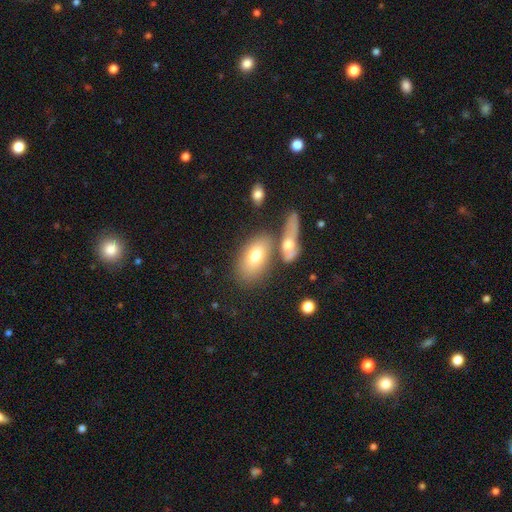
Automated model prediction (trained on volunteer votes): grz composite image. It shows a smooth galaxy with no disk features (71%) that is in between round and cigar-shaped (88%). Merging: none (57%).